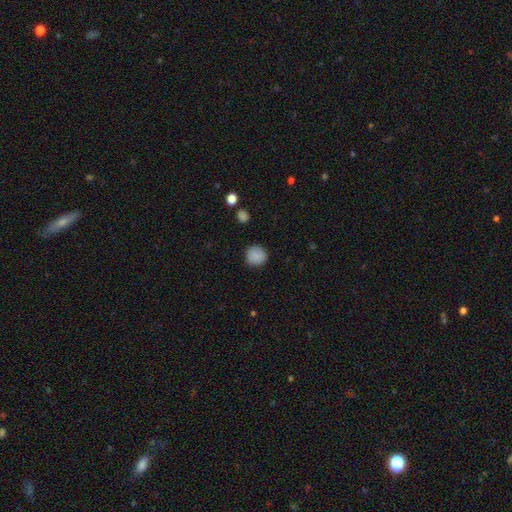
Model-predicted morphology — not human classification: smooth-or-featured: smooth: 87% | star or artifact: 9% | featured or disk: 4%
  how-rounded: round: 92% | in between: 7% | cigar-shaped: 1%
  merging: none: 87% | minor disturbance: 9% | major disturbance: 2% | merger: 1%